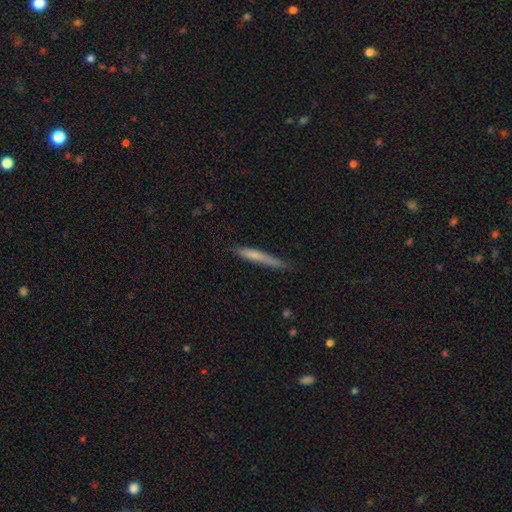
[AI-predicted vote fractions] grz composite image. It shows a smooth galaxy with no disk features (63%) that is cigar-shaped (95%). Merging: none (72%).